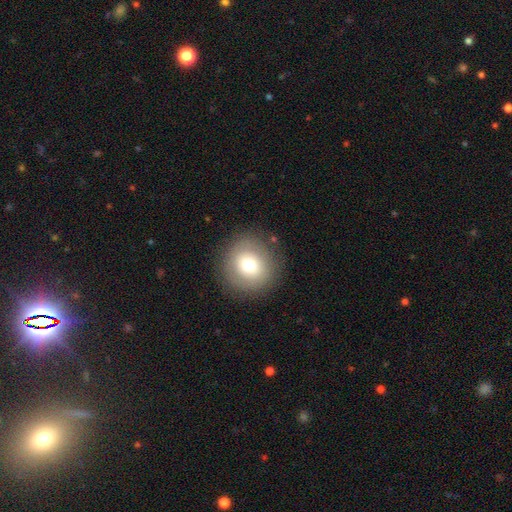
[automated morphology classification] smooth 64%, featured or disk 25%, star or artifact 11%. Down the decision tree: how rounded — round (90%); merging — none (86%).